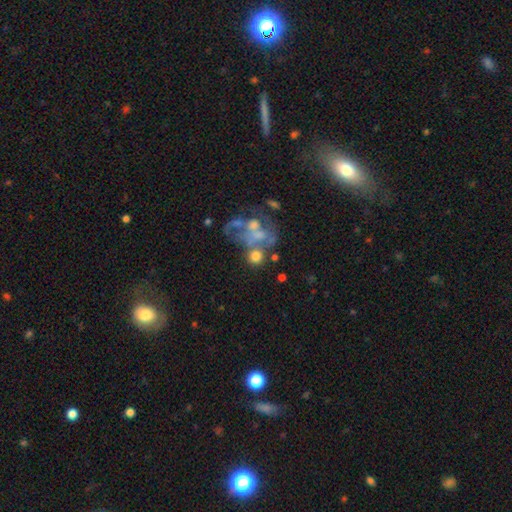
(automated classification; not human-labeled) Q: Smooth or featured?
A: smooth (47%); runner-up: featured or disk (38%)
Q: Merging?
A: none (33%); runner-up: merger (32%)